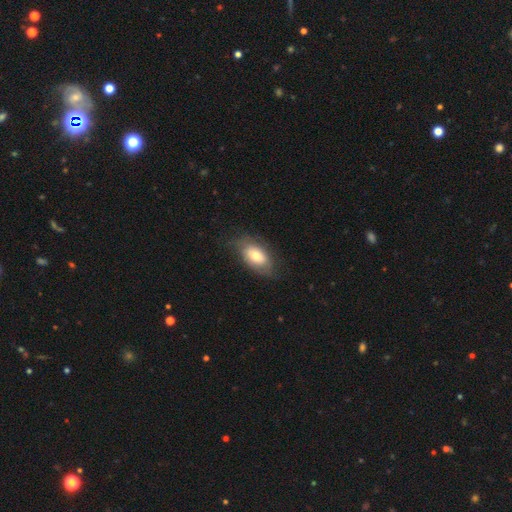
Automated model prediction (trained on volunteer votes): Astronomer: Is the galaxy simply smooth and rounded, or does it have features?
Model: smooth — 63%.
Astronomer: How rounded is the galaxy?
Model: in between — 91%.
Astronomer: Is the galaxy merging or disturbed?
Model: none — 69%.